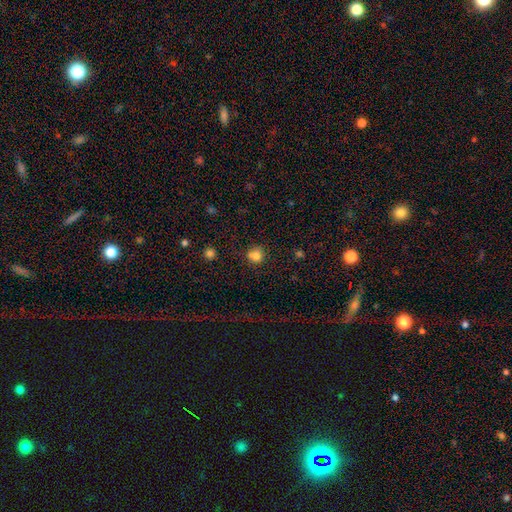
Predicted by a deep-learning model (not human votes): This appears to be a smooth galaxy with no disk features (77%) that is round (81%). Merging: none (51%).